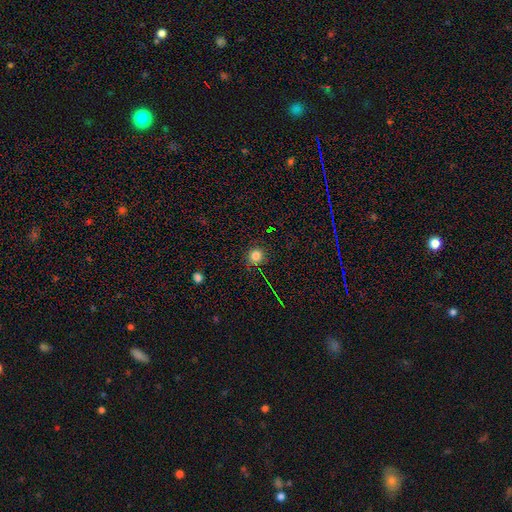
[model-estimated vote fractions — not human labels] Smooth or featured?
  - smooth: 78% *
  - star or artifact: 16%
  - featured or disk: 6%
How rounded?
  - round: 91% *
  - in between: 8%
  - cigar-shaped: 1%
Merging?
  - none: 88% *
  - minor disturbance: 8%
  - major disturbance: 2%
  - merger: 1%